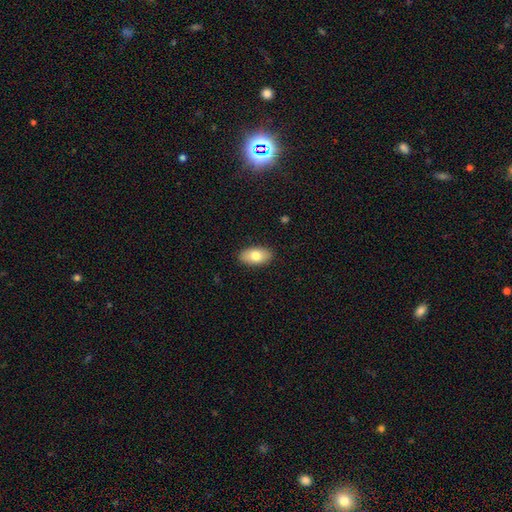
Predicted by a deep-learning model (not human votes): Morphology: type=smooth (77%); roundness=in between (93%); merging=none (89%).